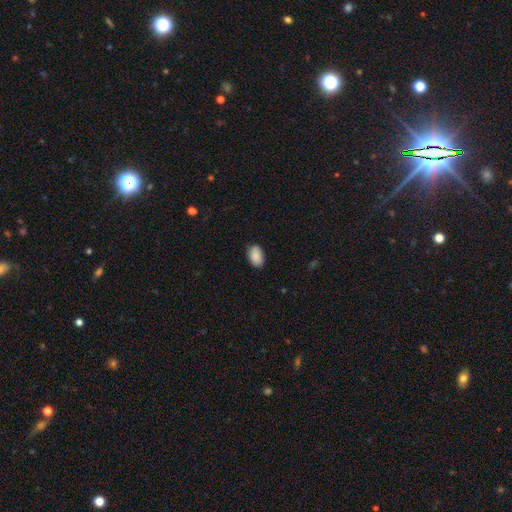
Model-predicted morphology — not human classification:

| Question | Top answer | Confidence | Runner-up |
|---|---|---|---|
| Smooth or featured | smooth | 90% | star or artifact (7%) |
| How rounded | in between | 89% | round (9%) |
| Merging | none | 84% | minor disturbance (12%) |